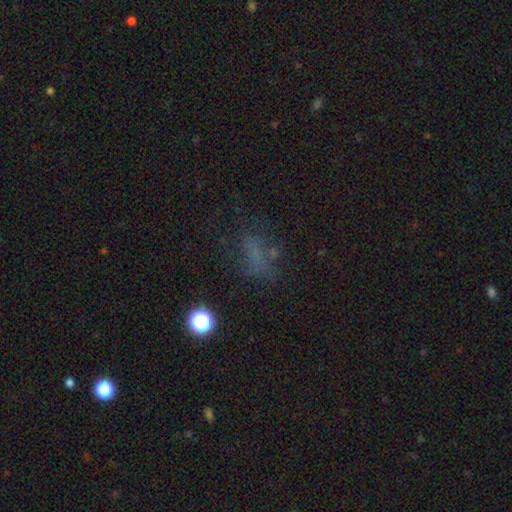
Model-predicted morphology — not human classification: Smooth or featured? Predicted: smooth (p=0.46). Merging? Predicted: none (p=0.56).